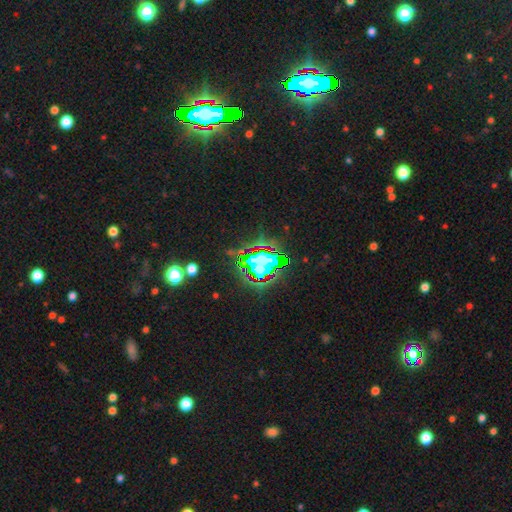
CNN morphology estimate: Q: Smooth or featured?
A: star or artifact (76%); runner-up: smooth (13%)